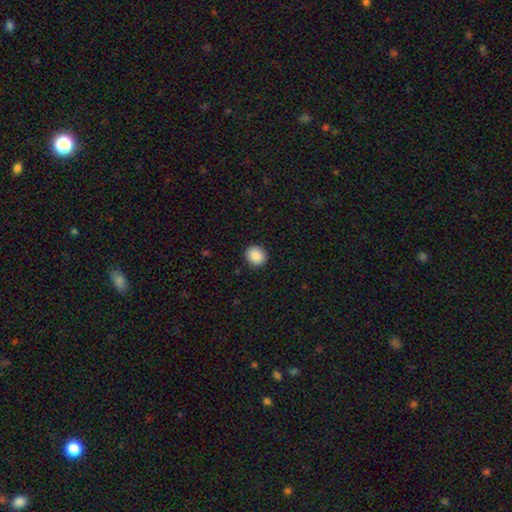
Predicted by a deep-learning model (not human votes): Smooth or featured?
  - smooth: 88% *
  - star or artifact: 8%
  - featured or disk: 3%
How rounded?
  - round: 86% *
  - in between: 13%
  - cigar-shaped: 1%
Merging?
  - none: 91% *
  - minor disturbance: 6%
  - major disturbance: 2%
  - merger: 1%